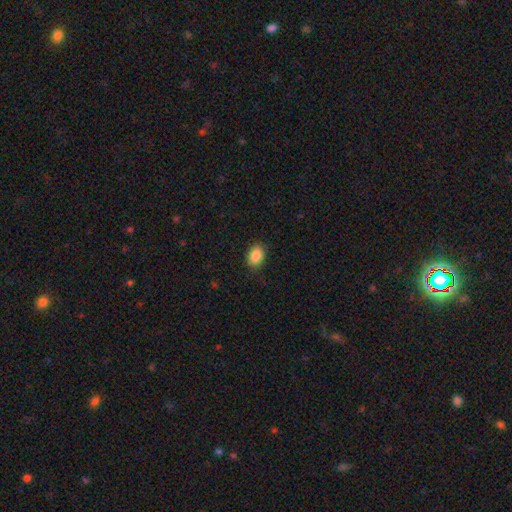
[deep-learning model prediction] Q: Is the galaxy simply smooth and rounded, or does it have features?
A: smooth — 88%.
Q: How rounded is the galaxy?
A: in between — 78%.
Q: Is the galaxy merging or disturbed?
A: none — 86%.